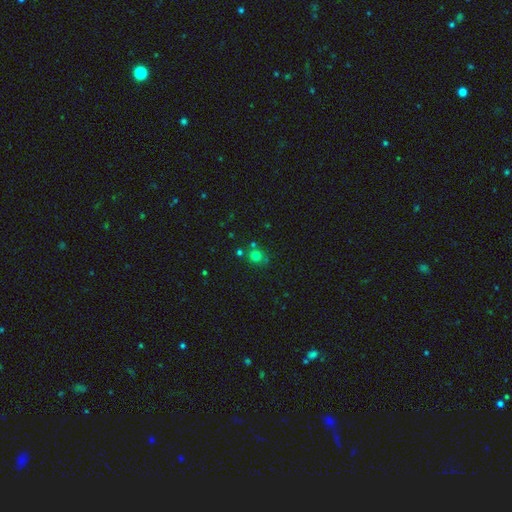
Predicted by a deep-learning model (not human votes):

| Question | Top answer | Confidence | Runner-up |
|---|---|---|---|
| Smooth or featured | smooth | 71% | star or artifact (21%) |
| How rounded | round | 88% | in between (11%) |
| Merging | none | 71% | merger (16%) |